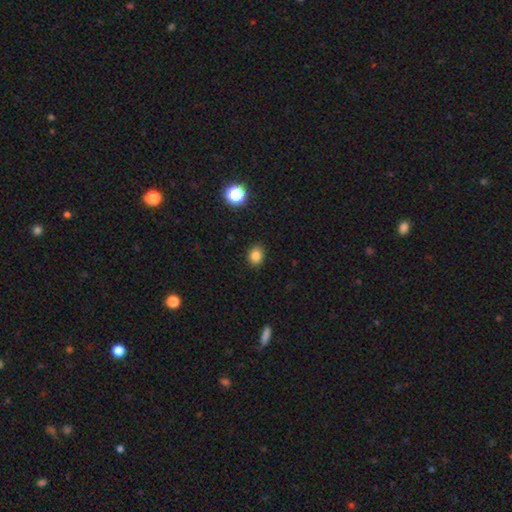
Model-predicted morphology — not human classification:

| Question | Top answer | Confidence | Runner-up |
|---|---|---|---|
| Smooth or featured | smooth | 83% | star or artifact (13%) |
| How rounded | round | 54% | in between (45%) |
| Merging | none | 88% | minor disturbance (9%) |